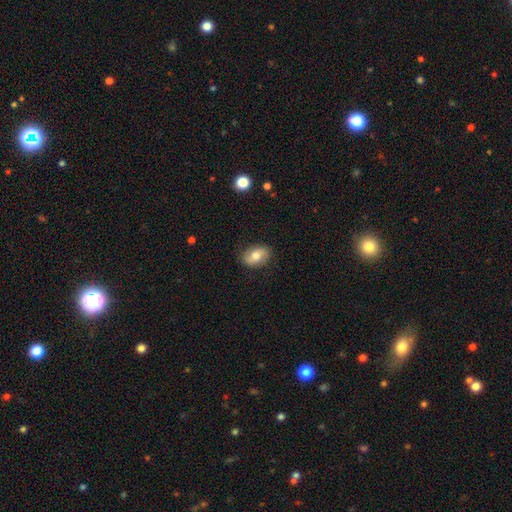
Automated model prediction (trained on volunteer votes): Morphology: type=smooth (65%); roundness=in between (84%); merging=none (83%).